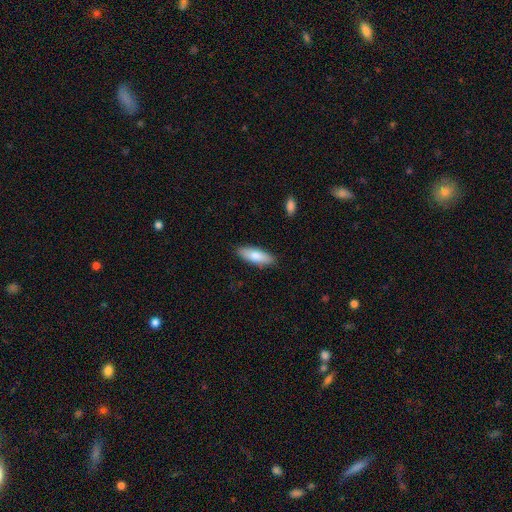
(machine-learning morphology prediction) smooth-or-featured: smooth: 81% | featured or disk: 13% | star or artifact: 5%
  how-rounded: in between: 61% | cigar-shaped: 37% | round: 2%
  merging: none: 88% | minor disturbance: 9% | major disturbance: 2% | merger: 1%